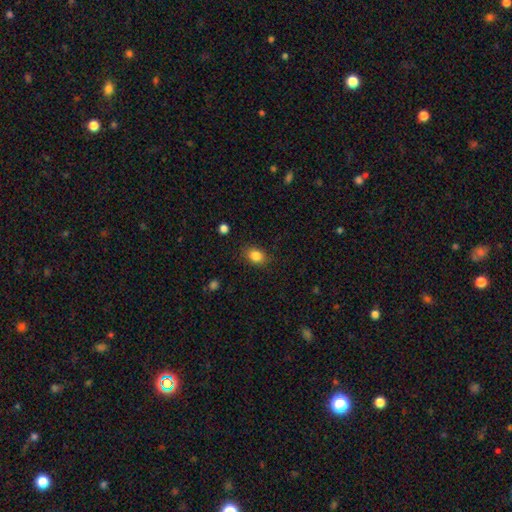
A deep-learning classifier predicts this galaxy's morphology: Q: Smooth or featured?
A: smooth (85%); runner-up: star or artifact (10%)
Q: How rounded?
A: in between (60%); runner-up: round (39%)
Q: Merging?
A: none (84%); runner-up: minor disturbance (12%)